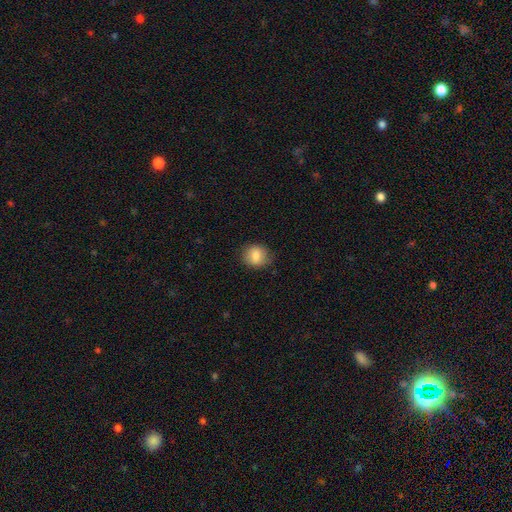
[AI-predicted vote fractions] Smooth or featured: smooth — 80% (featured or disk — 12%)
How rounded: round — 70% (in between — 29%)
Merging: none — 78% (minor disturbance — 17%)